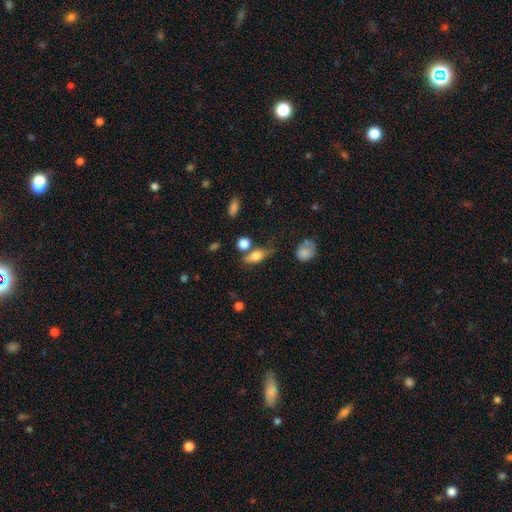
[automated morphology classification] smooth 69%, featured or disk 21%, star or artifact 9%. Down the decision tree: how rounded — in between (70%); merging — none (58%).